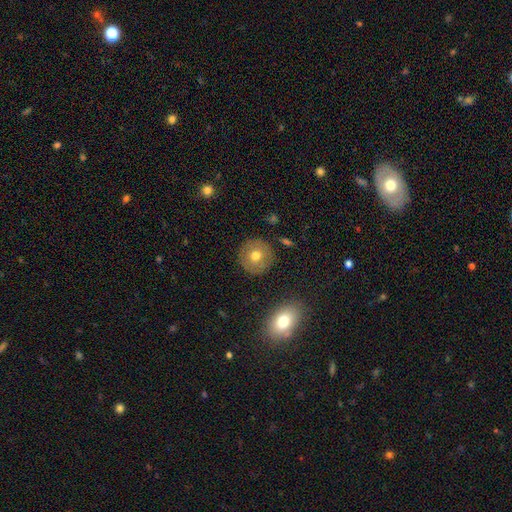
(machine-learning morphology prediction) The model was most divided on "smooth or featured": smooth: 67%, featured or disk: 24%, star or artifact: 9%. More confident: how rounded — round (94%); merging — none (88%).